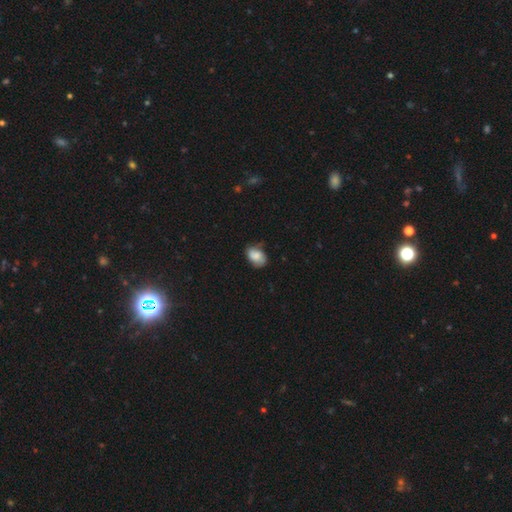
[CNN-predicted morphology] Smooth or featured? Predicted: smooth (p=0.75). How rounded? Predicted: in between (p=0.82). Merging? Predicted: none (p=0.62).